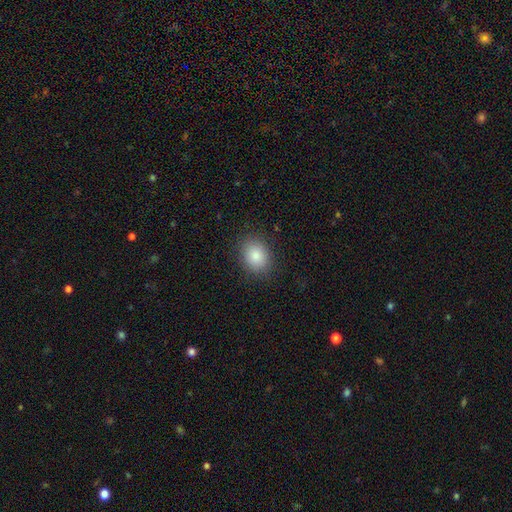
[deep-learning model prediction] Smooth or featured: smooth — 84% (star or artifact — 9%)
How rounded: in between — 52% (round — 47%)
Merging: none — 86% (minor disturbance — 10%)